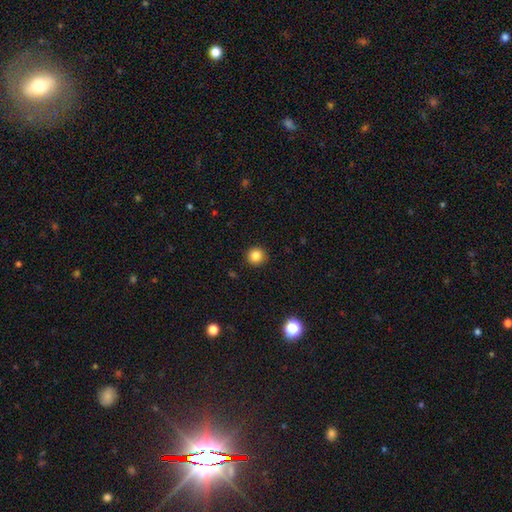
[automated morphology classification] A smooth galaxy with no disk features (84%) that is round (94%). Merging: none (92%).